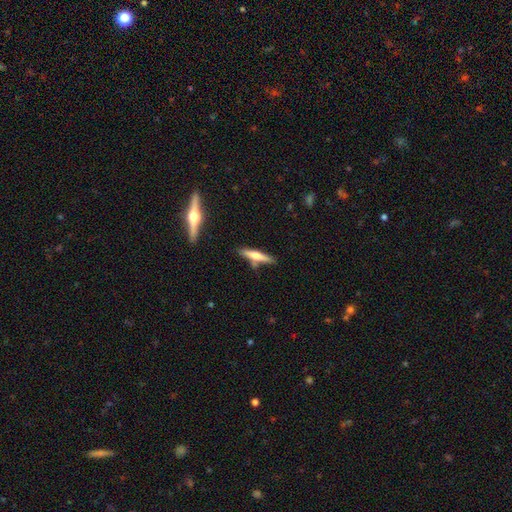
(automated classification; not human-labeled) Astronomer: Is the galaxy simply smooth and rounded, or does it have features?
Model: smooth — 49% (runner-up: featured or disk, 45%).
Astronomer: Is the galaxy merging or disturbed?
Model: none — 75%.